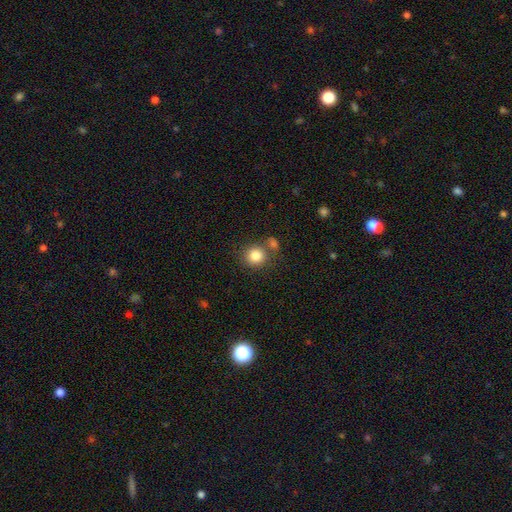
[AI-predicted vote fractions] smooth 84%, star or artifact 10%, featured or disk 6%. Down the decision tree: how rounded — round (88%); merging — none (69%).